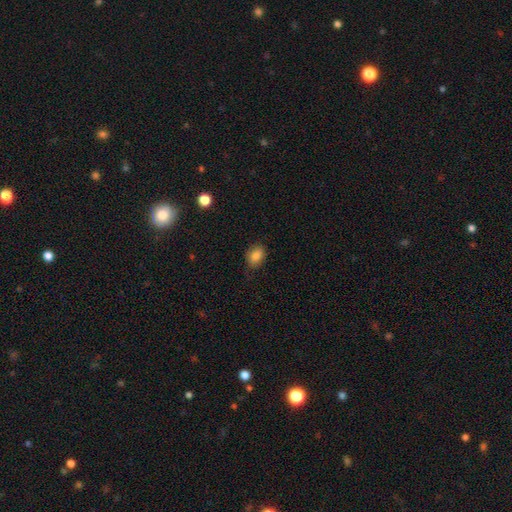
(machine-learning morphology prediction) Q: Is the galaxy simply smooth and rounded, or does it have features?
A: smooth — 84%.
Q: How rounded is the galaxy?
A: in between — 65%.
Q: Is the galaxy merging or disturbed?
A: none — 78%.